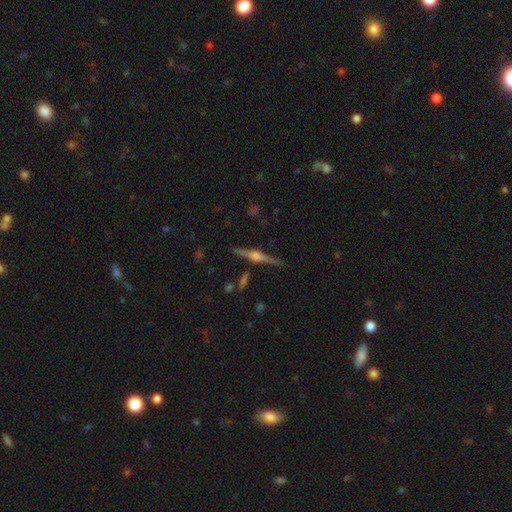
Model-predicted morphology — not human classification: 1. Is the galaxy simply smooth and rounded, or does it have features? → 86% featured or disk, 8% smooth, 6% star or artifact.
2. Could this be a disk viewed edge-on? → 98% yes, 2% no.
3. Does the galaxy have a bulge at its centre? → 92% rounded, 6% boxy, 2% none.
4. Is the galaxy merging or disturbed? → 90% none, 7% minor disturbance, 2% major disturbance, 2% merger.